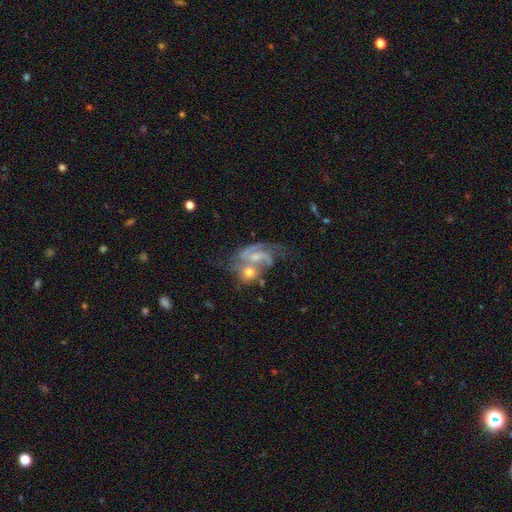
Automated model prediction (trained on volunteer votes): Overall: featured or disk (79%). Edge-on disk: no (97%). Bar: no (47%; weak 40%). Spiral arms: yes (91%). Spiral arm count: 2 (66%). Spiral winding: medium (50%; loose 27%). Bulge size: small (49%; moderate 37%). Merging: merger (45%; none 27%).